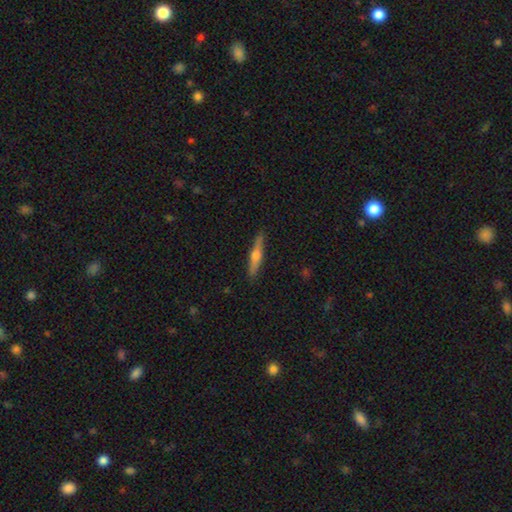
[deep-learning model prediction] Smooth or featured?
  - featured or disk: 57% *
  - smooth: 37%
  - star or artifact: 6%
Edge-on disk?
  - yes: 96% *
  - no: 4%
Edge-on bulge?
  - rounded: 90% *
  - none: 6%
  - boxy: 4%
Merging?
  - none: 89% *
  - minor disturbance: 8%
  - major disturbance: 2%
  - merger: 1%